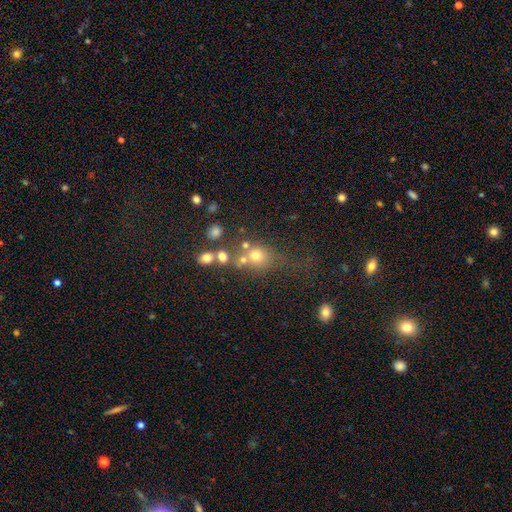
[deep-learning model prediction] Smooth or featured? smooth (64%)
How rounded? round (77%)
Merging? none (47%)